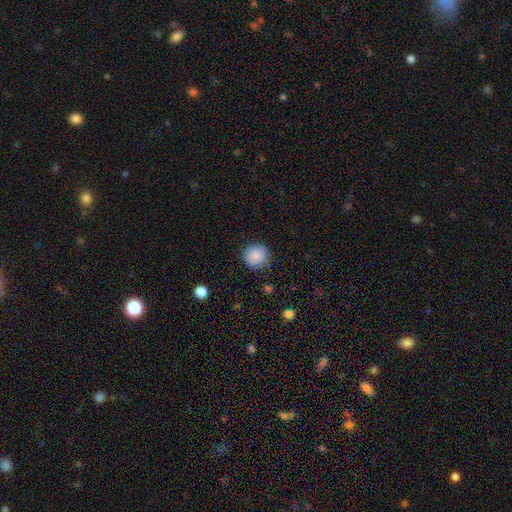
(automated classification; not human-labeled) This is clearly a smooth galaxy (88%). How rounded: clearly round (94%). Merging: clearly none (89%).